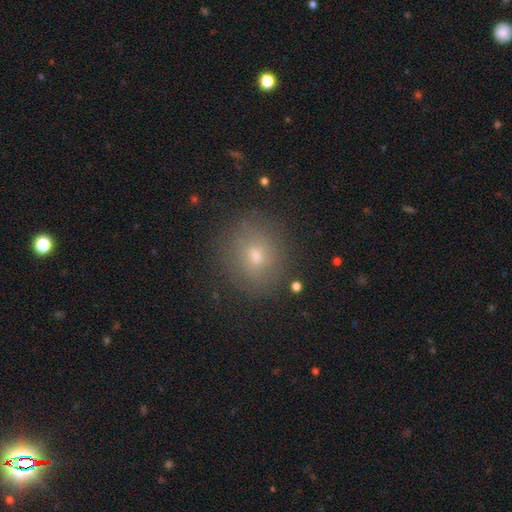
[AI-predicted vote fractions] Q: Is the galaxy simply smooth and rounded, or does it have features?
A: smooth — 69%.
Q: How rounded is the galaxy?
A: round — 81%.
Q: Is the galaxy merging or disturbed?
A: none — 84%.